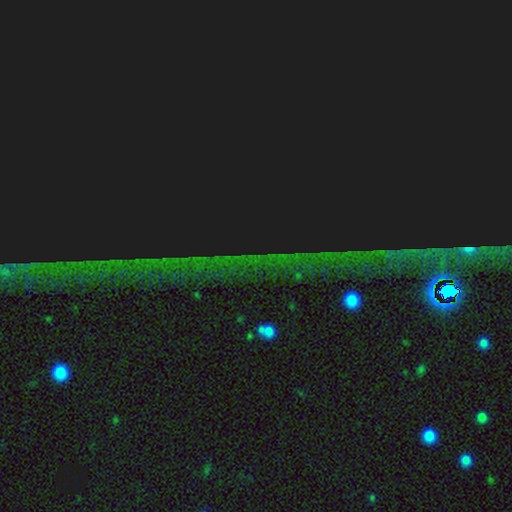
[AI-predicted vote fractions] Morphology: type=star or artifact (86%).